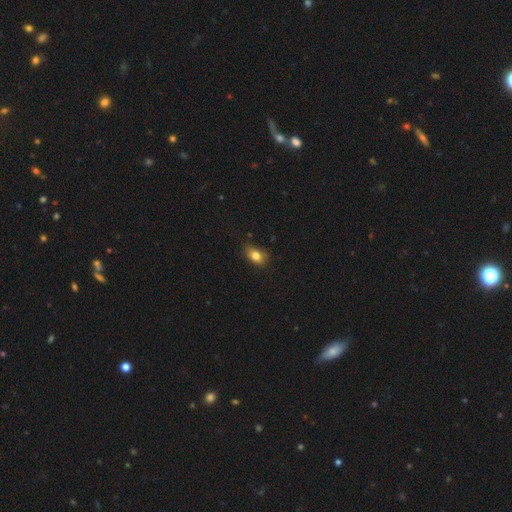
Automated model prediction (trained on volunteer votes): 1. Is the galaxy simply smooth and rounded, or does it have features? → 79% smooth, 11% star or artifact, 10% featured or disk.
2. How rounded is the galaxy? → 73% in between, 25% round, 2% cigar-shaped.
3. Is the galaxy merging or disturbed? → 64% none, 29% minor disturbance, 6% major disturbance, 2% merger.